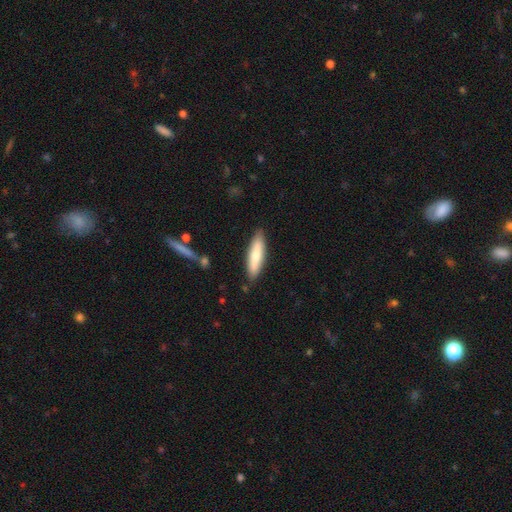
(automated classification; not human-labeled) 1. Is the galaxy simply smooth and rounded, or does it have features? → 71% smooth, 24% featured or disk, 5% star or artifact.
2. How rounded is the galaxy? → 70% cigar-shaped, 29% in between, 1% round.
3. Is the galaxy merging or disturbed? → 85% none, 11% minor disturbance, 2% major disturbance, 2% merger.